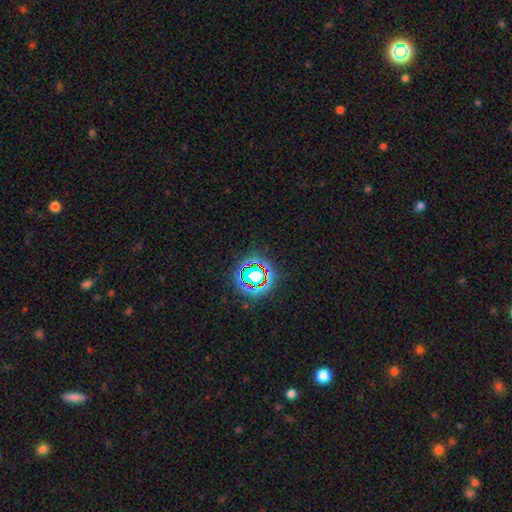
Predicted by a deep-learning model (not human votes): The model was most divided on "smooth or featured": star or artifact: 79%, smooth: 13%, featured or disk: 8%.